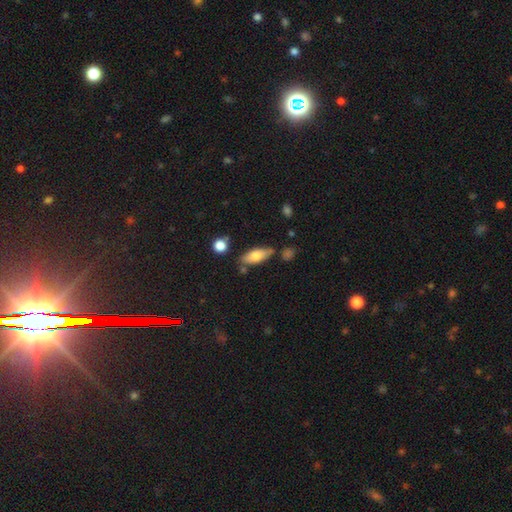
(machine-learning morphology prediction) This is likely a smooth galaxy (72%). How rounded: likely in between (76%). Merging: likely none (73%).